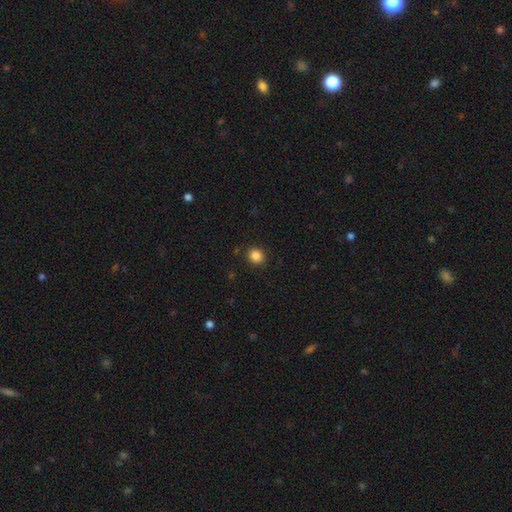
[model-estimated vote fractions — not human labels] Smooth or featured?
  - smooth: 86% *
  - star or artifact: 10%
  - featured or disk: 4%
How rounded?
  - round: 78% *
  - in between: 21%
  - cigar-shaped: 1%
Merging?
  - none: 89% *
  - minor disturbance: 7%
  - major disturbance: 2%
  - merger: 1%